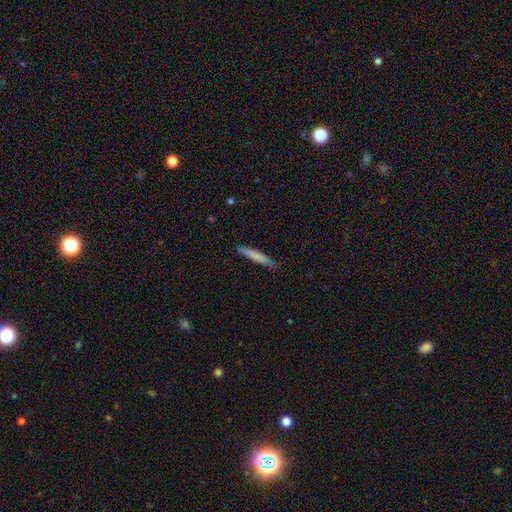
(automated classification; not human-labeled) This appears to be a smooth galaxy with no disk features (75%) that is cigar-shaped (94%). Merging: none (87%).